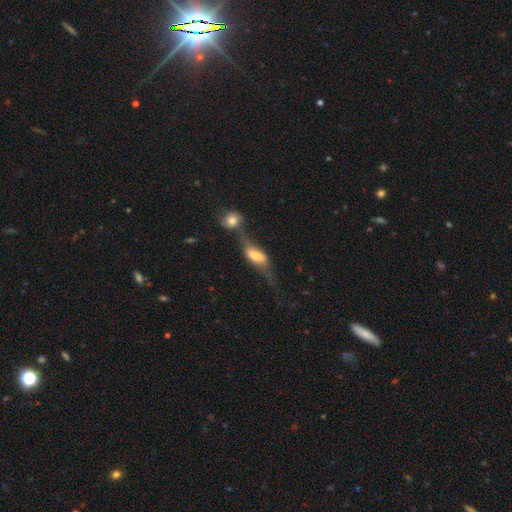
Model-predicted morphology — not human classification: Overall: featured or disk (47%; smooth 45%). Merging: merger (47%; none 23%).